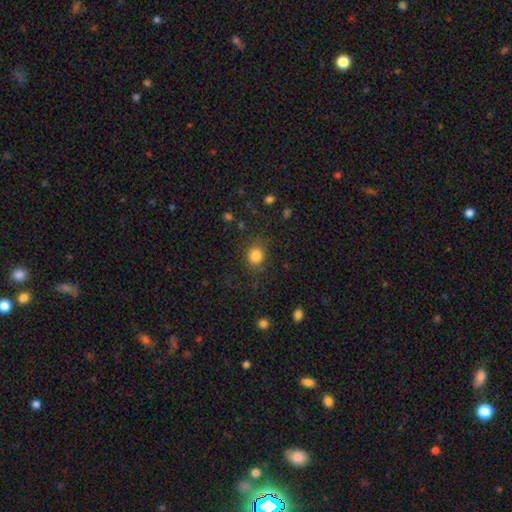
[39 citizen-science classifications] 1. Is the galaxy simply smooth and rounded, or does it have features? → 72% smooth, 18% featured or disk, 10% star or artifact.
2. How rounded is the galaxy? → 89% round, 11% in between, 0% cigar-shaped.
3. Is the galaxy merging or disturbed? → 86% none, 6% minor disturbance, 6% major disturbance, 3% merger.